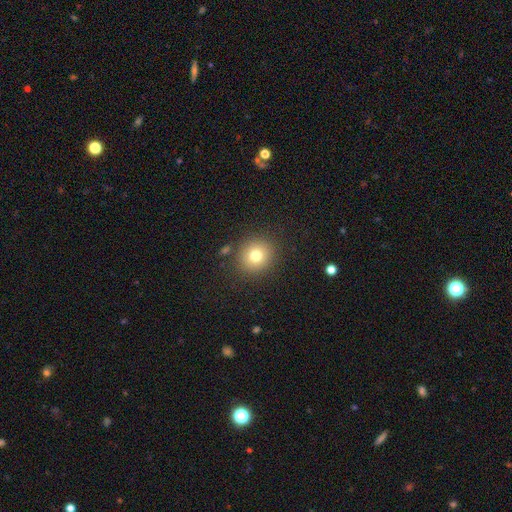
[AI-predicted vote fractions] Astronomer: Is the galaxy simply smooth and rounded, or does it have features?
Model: smooth — 77%.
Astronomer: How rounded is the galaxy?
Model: round — 86%.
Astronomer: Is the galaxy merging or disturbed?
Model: none — 87%.